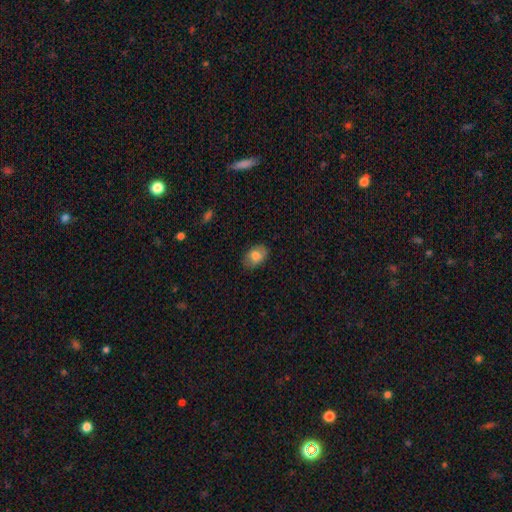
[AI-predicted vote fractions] smooth-or-featured: smooth: 79% | featured or disk: 13% | star or artifact: 8%
  how-rounded: in between: 84% | round: 15% | cigar-shaped: 1%
  merging: none: 80% | minor disturbance: 16% | major disturbance: 3% | merger: 1%